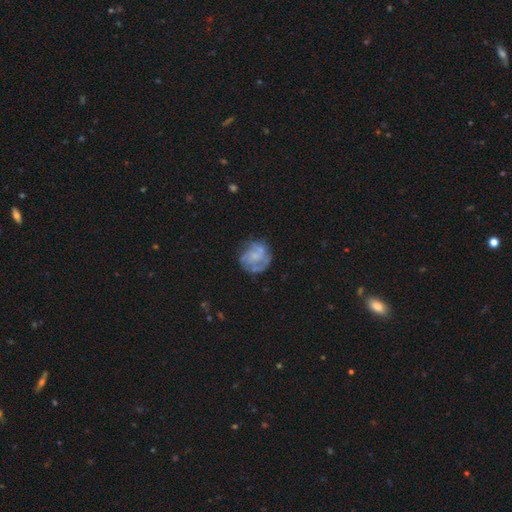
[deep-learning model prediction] Q: Smooth or featured?
A: featured or disk (65%); runner-up: smooth (28%)
Q: Edge-on disk?
A: no (98%); runner-up: yes (2%)
Q: Bar?
A: no (77%); runner-up: weak (20%)
Q: Spiral arms?
A: yes (64%); runner-up: no (36%)
Q: Bulge size?
A: small (47%); runner-up: none (26%)
Q: Merging?
A: none (58%); runner-up: minor disturbance (22%)